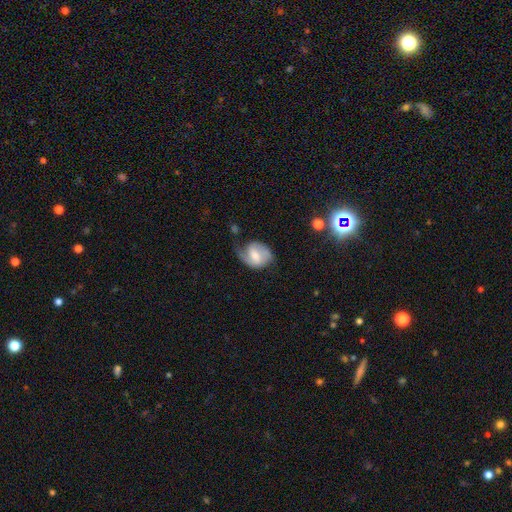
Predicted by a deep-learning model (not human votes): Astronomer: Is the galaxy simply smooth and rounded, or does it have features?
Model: featured or disk — 68%.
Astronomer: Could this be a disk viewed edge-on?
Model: no — 97%.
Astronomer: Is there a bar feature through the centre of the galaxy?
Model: weak — 52%.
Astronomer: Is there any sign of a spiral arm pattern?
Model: yes — 90%.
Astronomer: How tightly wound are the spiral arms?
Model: medium — 44% (runner-up: tight, 32%).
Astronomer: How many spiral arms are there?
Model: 2 — 59%.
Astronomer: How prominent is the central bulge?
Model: moderate — 48% (runner-up: small, 31%).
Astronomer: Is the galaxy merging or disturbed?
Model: none — 47% (runner-up: minor disturbance, 29%).